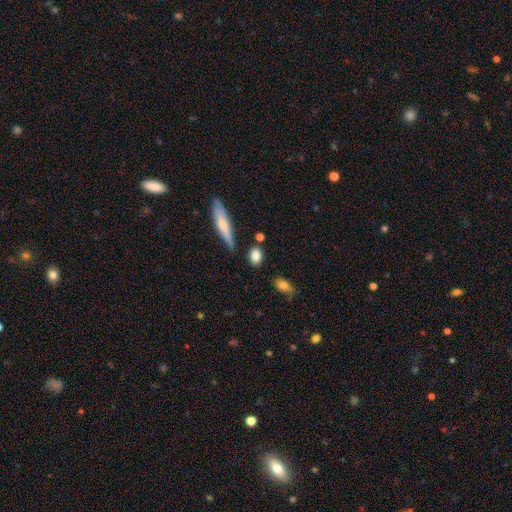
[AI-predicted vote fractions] smooth 83%, featured or disk 9%, star or artifact 8%. Down the decision tree: how rounded — in between (60%); merging — none (78%).